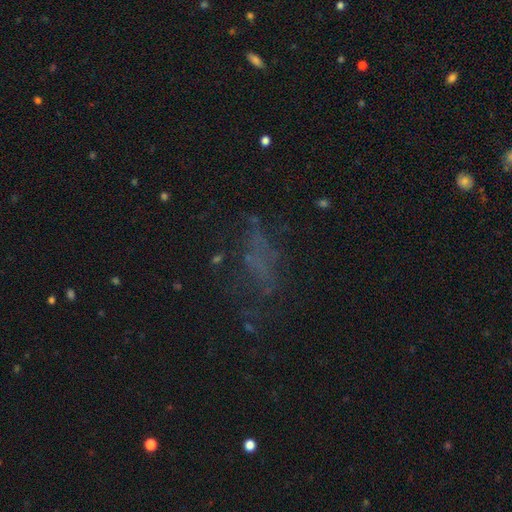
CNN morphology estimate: smooth_or_featured: star or artifact (p=0.36) [alt: smooth p=0.34]